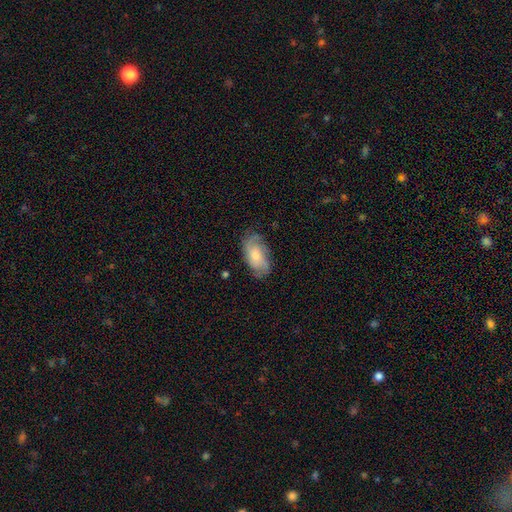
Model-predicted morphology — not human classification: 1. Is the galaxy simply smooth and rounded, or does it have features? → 51% featured or disk, 42% smooth, 7% star or artifact.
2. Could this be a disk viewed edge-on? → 94% no, 6% yes.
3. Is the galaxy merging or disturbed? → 70% none, 21% minor disturbance, 7% major disturbance, 1% merger.